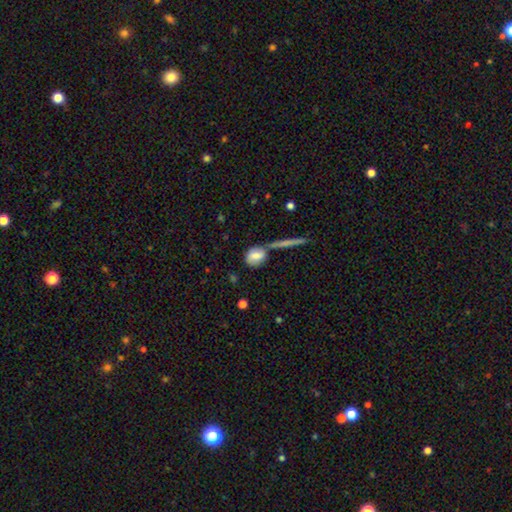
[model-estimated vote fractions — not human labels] Smooth or featured? smooth (73%)
How rounded? round (48%)
Merging? none (56%)